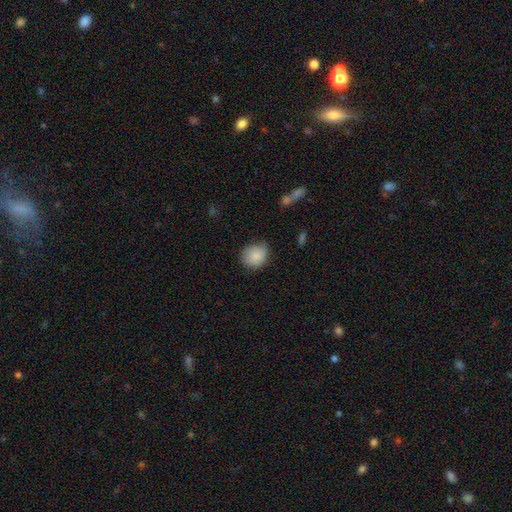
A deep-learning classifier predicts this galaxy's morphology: smooth 87%, star or artifact 7%, featured or disk 5%. Down the decision tree: how rounded — round (69%); merging — none (70%).